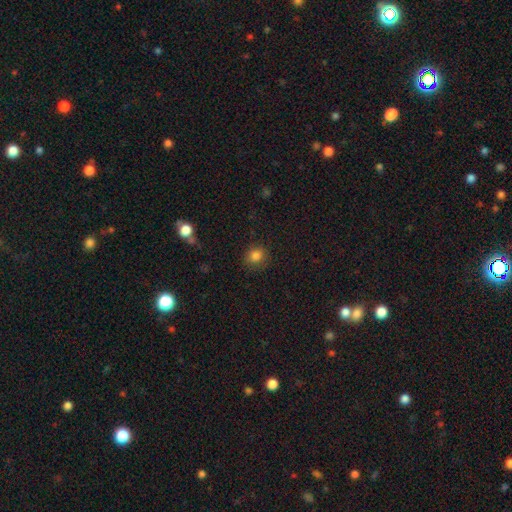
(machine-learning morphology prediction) smooth 83%, star or artifact 12%, featured or disk 5%. Down the decision tree: how rounded — round (77%); merging — none (83%).